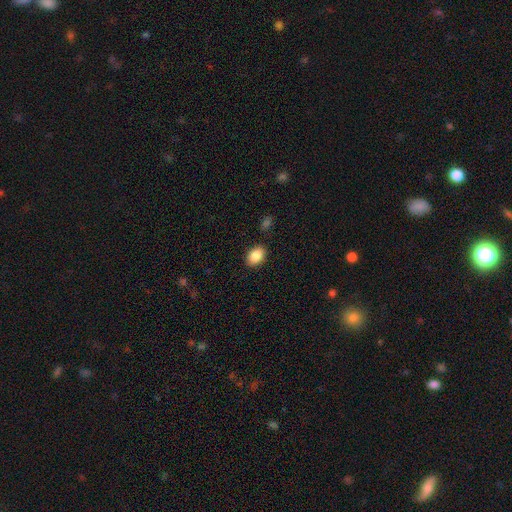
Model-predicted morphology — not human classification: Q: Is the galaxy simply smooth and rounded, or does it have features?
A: smooth — 87%.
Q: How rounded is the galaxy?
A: in between — 80%.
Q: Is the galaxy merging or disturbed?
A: none — 86%.